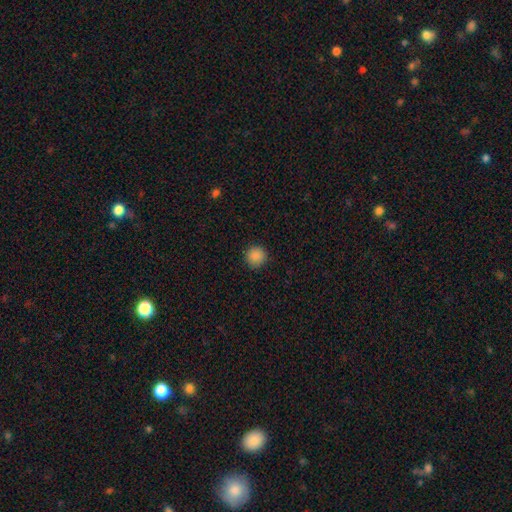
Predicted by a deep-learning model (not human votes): Smooth or featured? smooth (87%)
How rounded? round (94%)
Merging? none (91%)